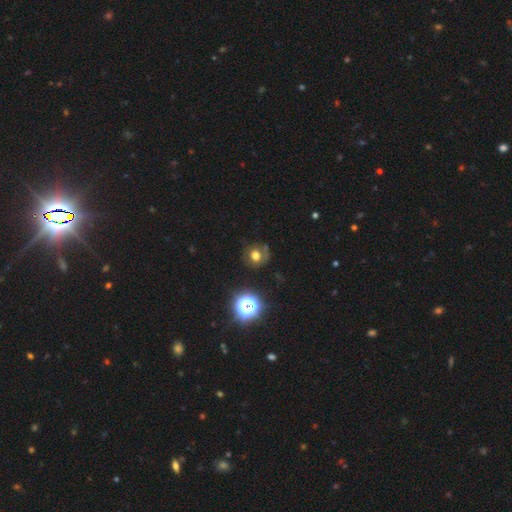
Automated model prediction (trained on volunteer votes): smooth 65%, star or artifact 20%, featured or disk 15%. Down the decision tree: how rounded — round (83%); merging — none (71%).